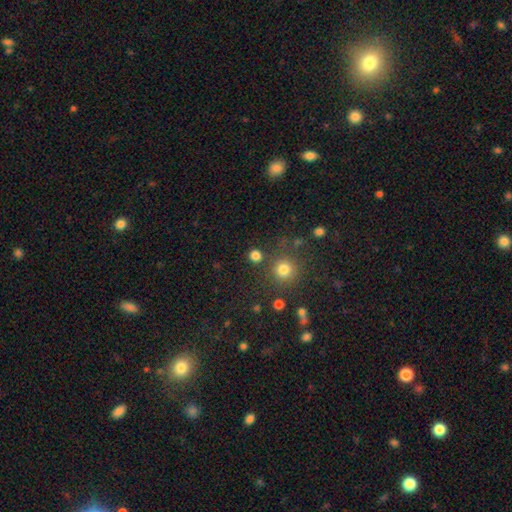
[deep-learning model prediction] This appears to be a smooth galaxy with no disk features (79%) that is round (90%). Merging: none (82%).